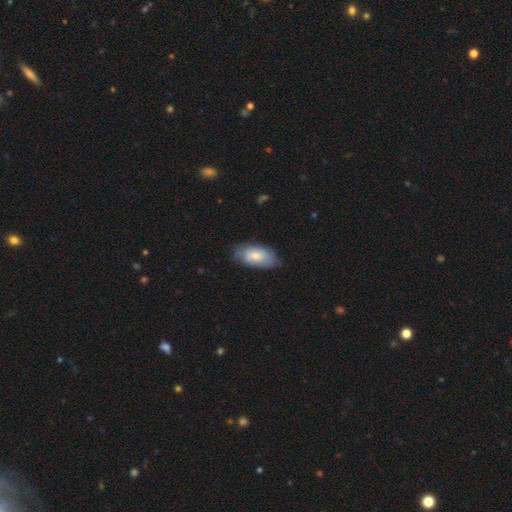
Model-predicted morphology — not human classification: type=smooth (74%); roundness=in between (93%); merging=none (67%).